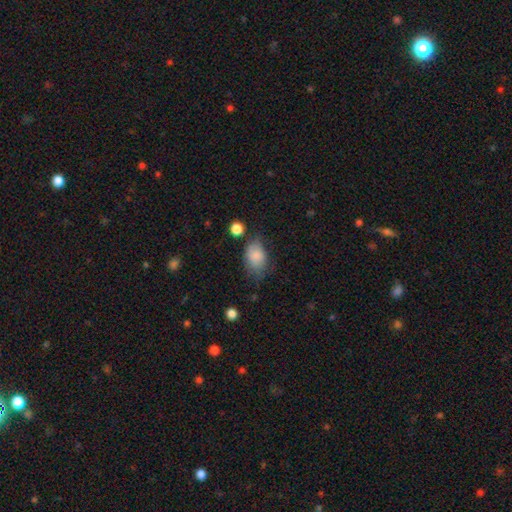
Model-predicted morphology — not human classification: A smooth galaxy with no disk features (83%) that is in between round and cigar-shaped (83%).

Vote fractions:
- Smooth or featured? smooth: 83% / featured or disk: 9% / star or artifact: 8%
- How rounded? in between: 83% / round: 15% / cigar-shaped: 1%
- Merging? none: 54% / minor disturbance: 32% / major disturbance: 10% / merger: 4%